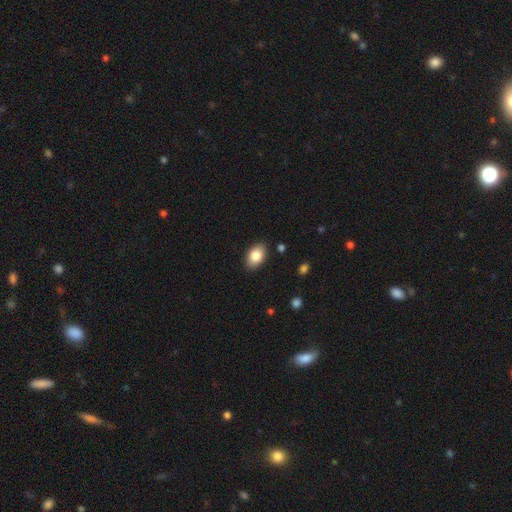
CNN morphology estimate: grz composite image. It shows a smooth galaxy with no disk features (83%) that is in between round and cigar-shaped (89%). Merging: none (87%).